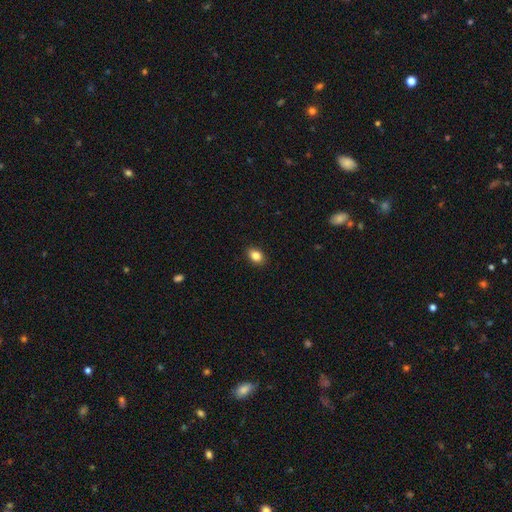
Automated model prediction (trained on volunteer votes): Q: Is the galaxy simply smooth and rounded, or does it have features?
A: smooth — 85%.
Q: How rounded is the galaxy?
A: in between — 74%.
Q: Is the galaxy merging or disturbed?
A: none — 89%.